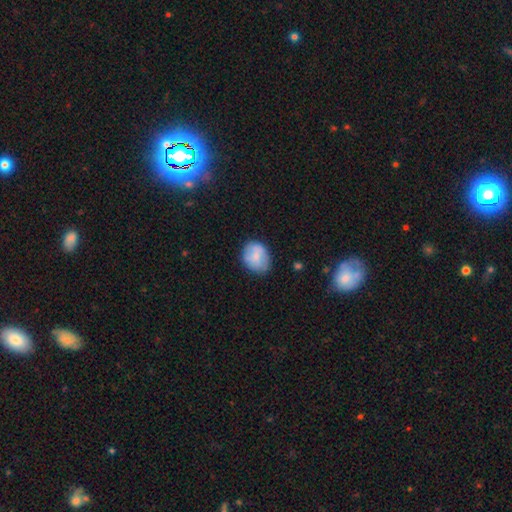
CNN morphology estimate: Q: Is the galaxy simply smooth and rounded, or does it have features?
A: smooth — 69%.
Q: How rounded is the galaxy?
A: round — 51%.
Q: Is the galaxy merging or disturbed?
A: none — 72%.